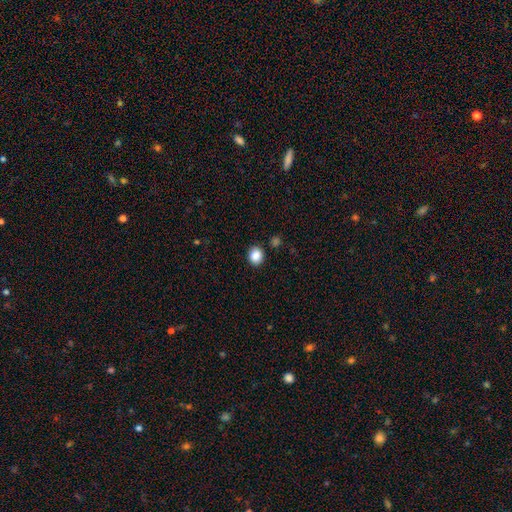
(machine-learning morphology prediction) smooth-or-featured: smooth: 87% | star or artifact: 9% | featured or disk: 4%
  how-rounded: round: 72% | in between: 27% | cigar-shaped: 1%
  merging: none: 88% | minor disturbance: 7% | merger: 3% | major disturbance: 2%